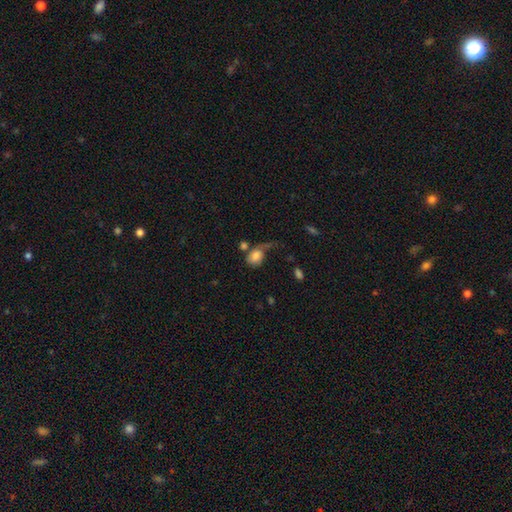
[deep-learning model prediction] Q: Smooth or featured?
A: smooth (74%); runner-up: featured or disk (17%)
Q: How rounded?
A: in between (63%); runner-up: round (36%)
Q: Merging?
A: major disturbance (36%); runner-up: none (28%)